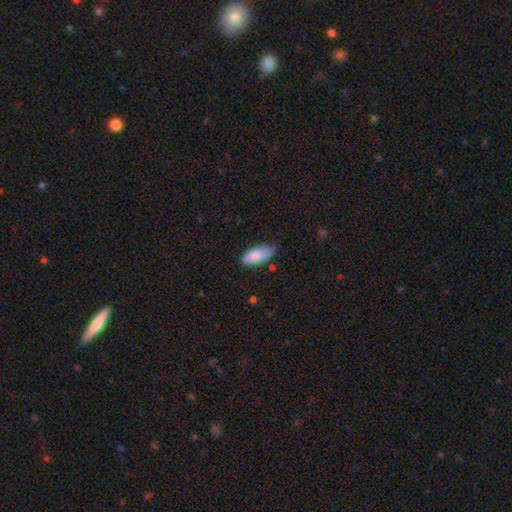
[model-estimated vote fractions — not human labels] A smooth galaxy with no disk features (79%) that is in between round and cigar-shaped (89%).

Vote fractions:
- Smooth or featured? smooth: 79% / featured or disk: 15% / star or artifact: 6%
- How rounded? in between: 89% / cigar-shaped: 9% / round: 2%
- Merging? none: 52% / minor disturbance: 38% / major disturbance: 7% / merger: 3%